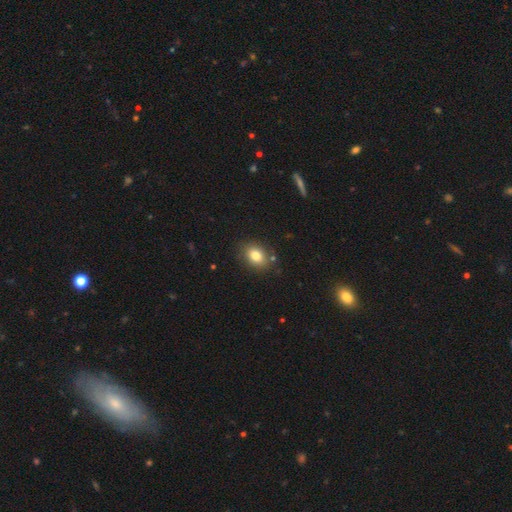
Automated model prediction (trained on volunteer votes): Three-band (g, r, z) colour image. It shows a smooth galaxy with no disk features (81%) that is in between round and cigar-shaped (65%). Merging: none (83%).